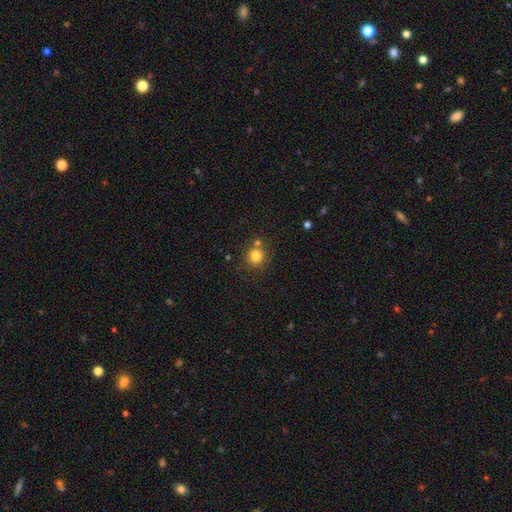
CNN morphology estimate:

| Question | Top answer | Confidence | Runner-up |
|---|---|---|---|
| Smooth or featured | smooth | 81% | star or artifact (12%) |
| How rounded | round | 90% | in between (9%) |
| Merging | none | 71% | merger (16%) |